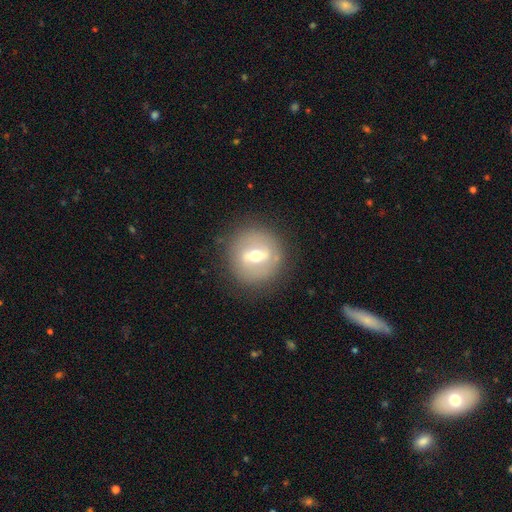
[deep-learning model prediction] smooth-or-featured: featured or disk: 63% | smooth: 29% | star or artifact: 8%
  disk-edge-on: no: 87% | yes: 13%
    bar: strong: 49% | weak: 38% | no: 13%
    has-spiral-arms: no: 70% | yes: 30%
    bulge-size: moderate: 69% | small: 21% | large: 7% | dominant: 1% | none: 1%
  merging: none: 83% | minor disturbance: 11% | major disturbance: 5% | merger: 1%